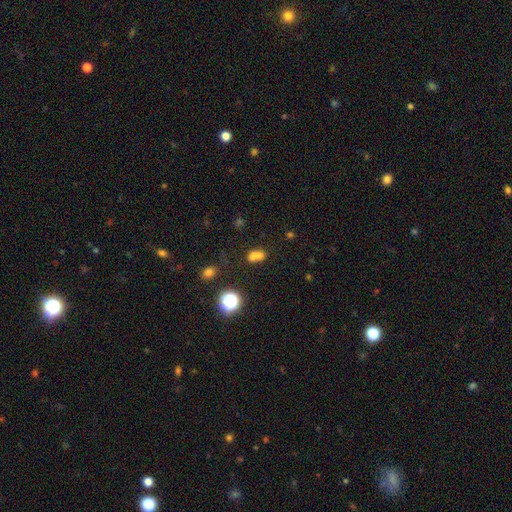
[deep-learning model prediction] This is likely a smooth galaxy (68%). How rounded: possibly in between (59%). Merging: possibly merger (48%).